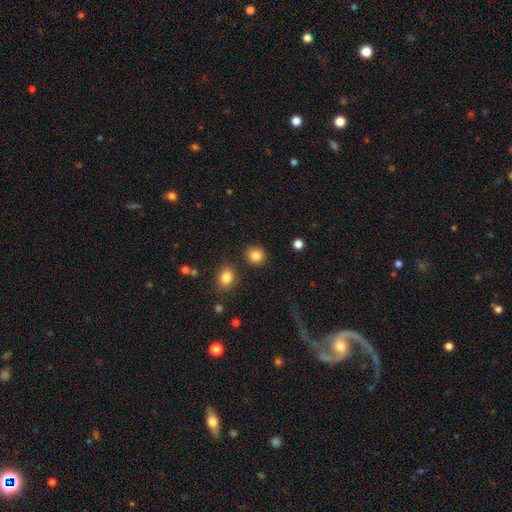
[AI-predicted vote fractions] smooth-or-featured: smooth: 85% | star or artifact: 10% | featured or disk: 5%
  how-rounded: round: 85% | in between: 14% | cigar-shaped: 1%
  merging: none: 88% | minor disturbance: 6% | merger: 3% | major disturbance: 2%